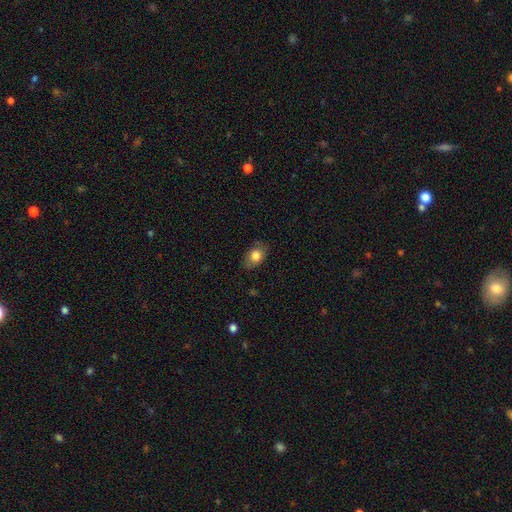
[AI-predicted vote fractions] This is likely a smooth galaxy (79%). How rounded: likely in between (78%). Merging: likely none (78%).